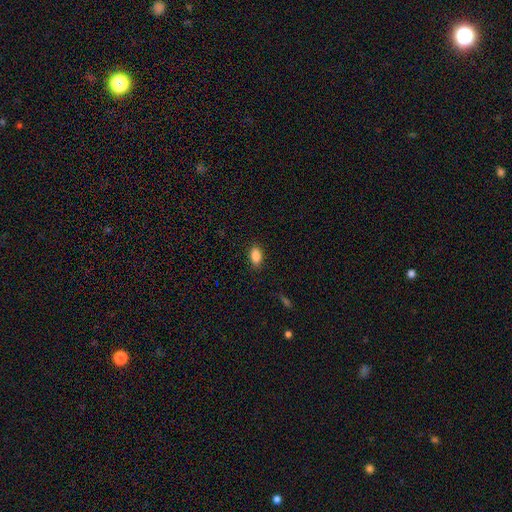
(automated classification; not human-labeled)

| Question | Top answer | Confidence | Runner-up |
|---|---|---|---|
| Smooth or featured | smooth | 88% | star or artifact (8%) |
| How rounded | in between | 90% | round (7%) |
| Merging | none | 87% | minor disturbance (9%) |